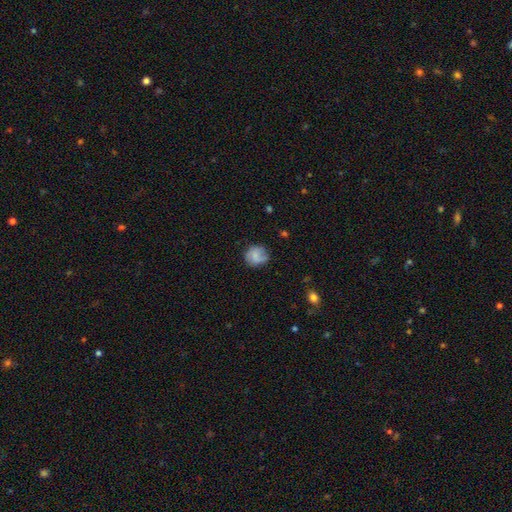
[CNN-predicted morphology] smooth-or-featured: smooth: 61% | featured or disk: 30% | star or artifact: 9%
  how-rounded: round: 80% | in between: 19% | cigar-shaped: 1%
  merging: none: 66% | minor disturbance: 24% | major disturbance: 8% | merger: 2%